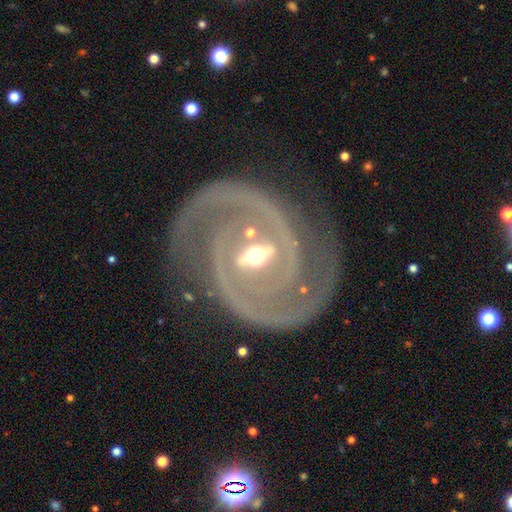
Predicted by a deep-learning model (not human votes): Smooth or featured? featured or disk (90%)
Edge-on disk? no (95%)
Bar? strong (53%)
Spiral arms? yes (86%)
Spiral winding? tight (47%)
Spiral arm count? 2 (78%)
Bulge size? moderate (64%)
Merging? none (67%)